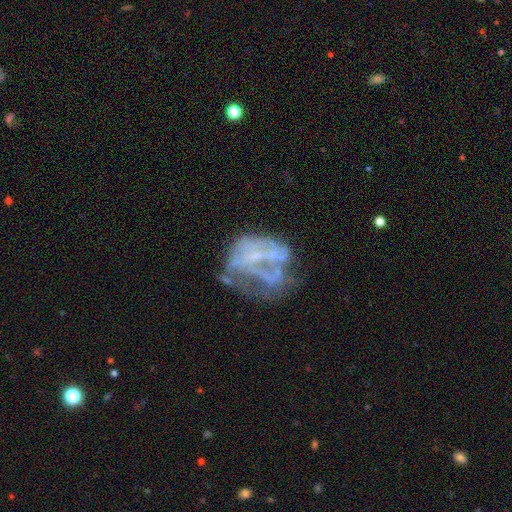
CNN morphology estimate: featured or disk 66%, smooth 19%, star or artifact 15%. Down the decision tree: edge-on disk — no (98%); bar — no (66%); spiral arms — no (70%); bulge size — none (45%); merging — major disturbance (38%).